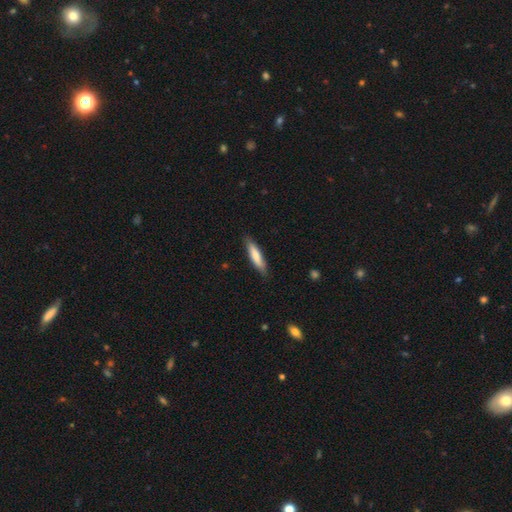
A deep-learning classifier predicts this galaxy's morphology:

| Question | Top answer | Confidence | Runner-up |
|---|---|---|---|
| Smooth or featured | smooth | 77% | featured or disk (18%) |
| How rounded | cigar-shaped | 80% | in between (19%) |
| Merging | none | 85% | minor disturbance (12%) |